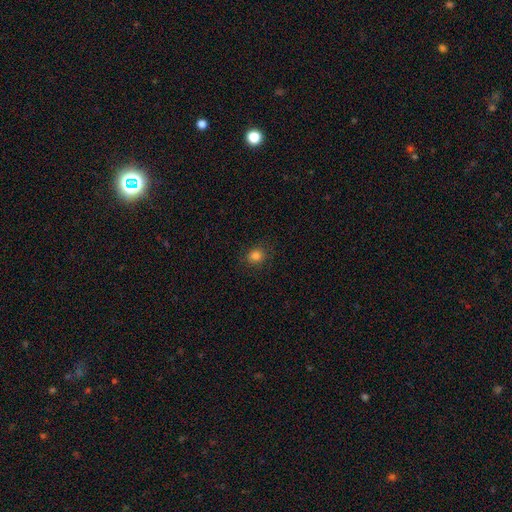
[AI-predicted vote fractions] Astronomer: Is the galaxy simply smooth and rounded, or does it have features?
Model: smooth — 83%.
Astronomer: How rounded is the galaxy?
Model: round — 72%.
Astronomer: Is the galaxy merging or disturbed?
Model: none — 87%.